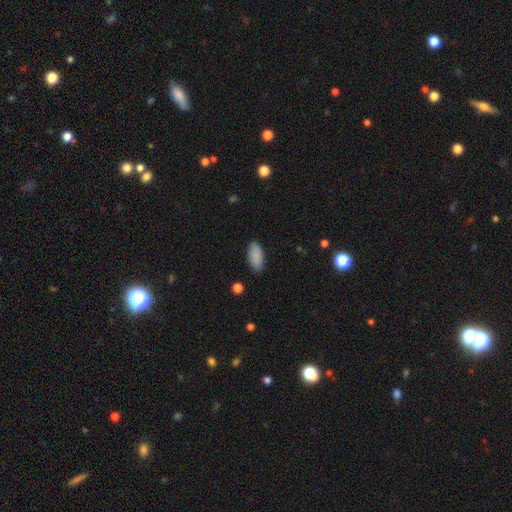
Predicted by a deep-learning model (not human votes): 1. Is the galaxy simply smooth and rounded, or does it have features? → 87% smooth, 6% star or artifact, 6% featured or disk.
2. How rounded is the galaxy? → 91% in between, 7% cigar-shaped, 2% round.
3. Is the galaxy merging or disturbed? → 86% none, 10% minor disturbance, 2% major disturbance, 1% merger.